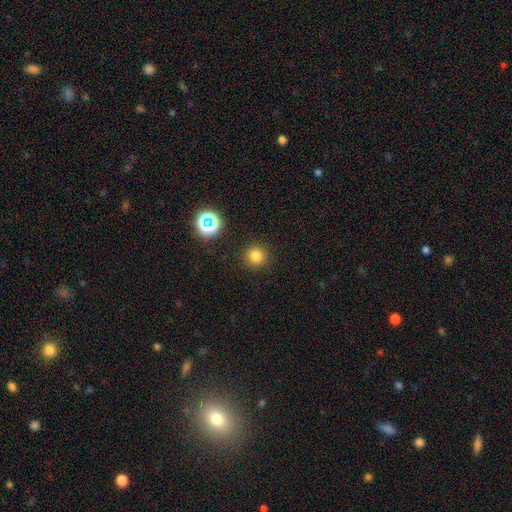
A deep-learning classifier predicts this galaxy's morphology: The model was most divided on "smooth or featured": smooth: 78%, star or artifact: 17%, featured or disk: 5%. More confident: how rounded — round (95%); merging — none (91%).